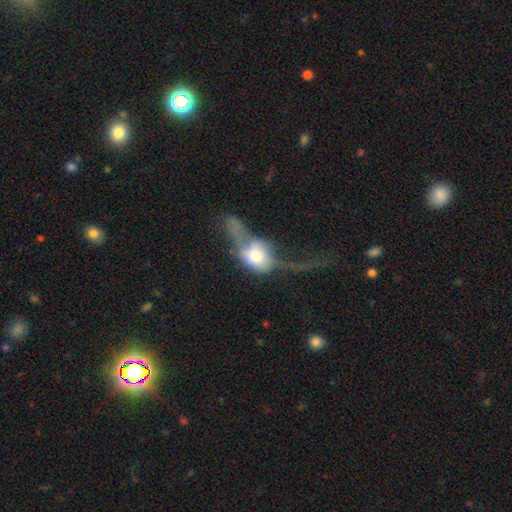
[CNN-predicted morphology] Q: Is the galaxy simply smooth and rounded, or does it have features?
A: smooth — 47%.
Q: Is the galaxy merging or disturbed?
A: major disturbance — 55%.